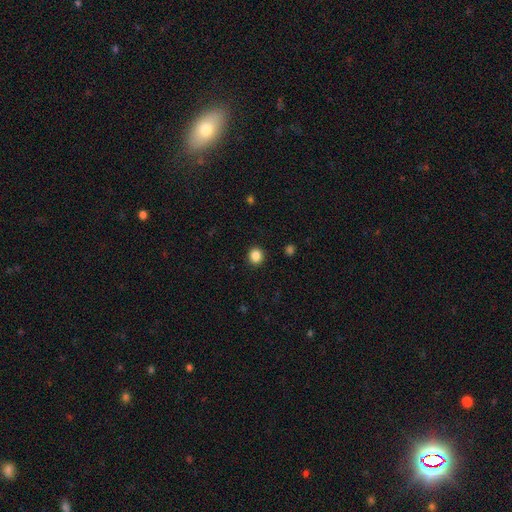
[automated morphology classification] Smooth or featured?
  - smooth: 86% *
  - star or artifact: 11%
  - featured or disk: 3%
How rounded?
  - round: 85% *
  - in between: 14%
  - cigar-shaped: 1%
Merging?
  - none: 91% *
  - minor disturbance: 5%
  - major disturbance: 2%
  - merger: 1%